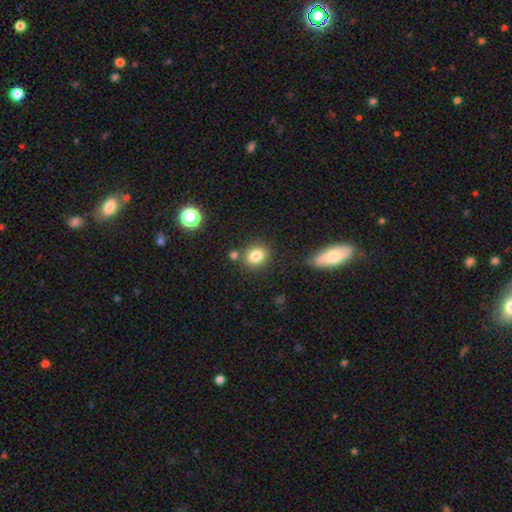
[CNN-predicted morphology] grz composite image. It shows a smooth galaxy with no disk features (82%) that is round (62%). Merging: none (78%).